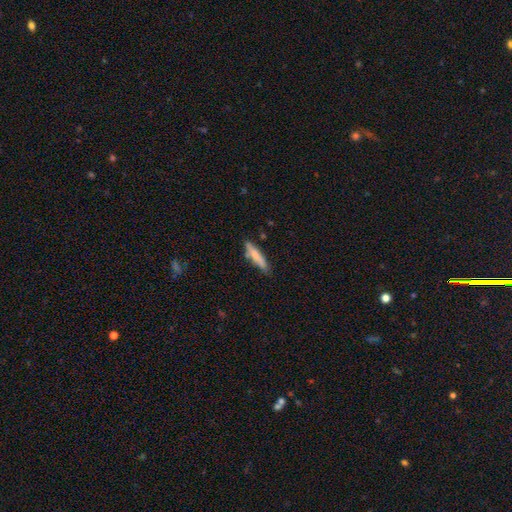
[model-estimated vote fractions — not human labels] A smooth galaxy with no disk features (73%) that is cigar-shaped (84%).

Vote fractions:
- Smooth or featured? smooth: 73% / featured or disk: 21% / star or artifact: 6%
- How rounded? cigar-shaped: 84% / in between: 14% / round: 1%
- Merging? none: 75% / minor disturbance: 17% / merger: 5% / major disturbance: 3%